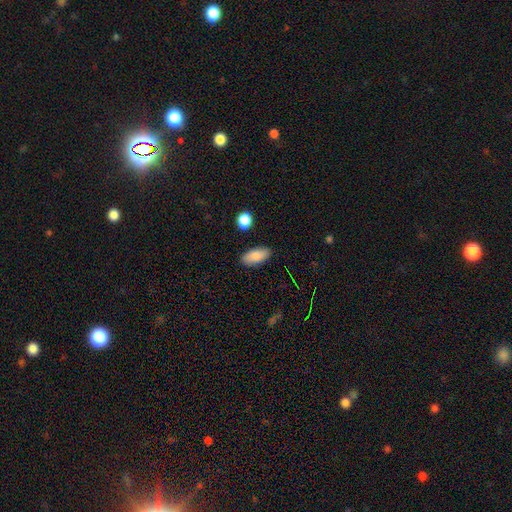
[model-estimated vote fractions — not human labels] The model was most divided on "smooth or featured": smooth: 84%, featured or disk: 9%, star or artifact: 7%. More confident: how rounded — in between (88%); merging — none (87%).